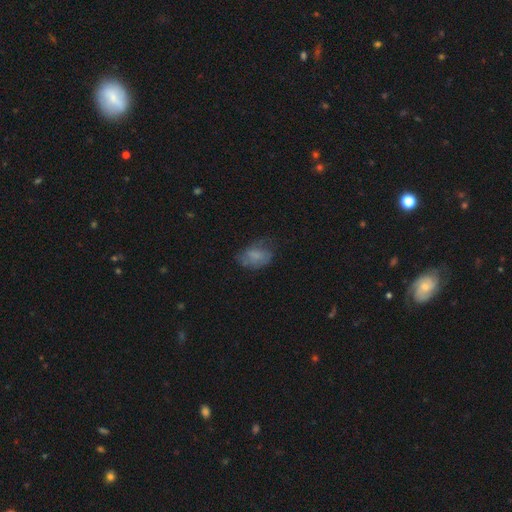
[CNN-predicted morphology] A smooth galaxy with no disk features (64%) that is in between round and cigar-shaped (79%).

Vote fractions:
- Smooth or featured? smooth: 64% / featured or disk: 25% / star or artifact: 11%
- How rounded? in between: 79% / round: 20% / cigar-shaped: 1%
- Merging? none: 47% / minor disturbance: 30% / major disturbance: 20% / merger: 2%